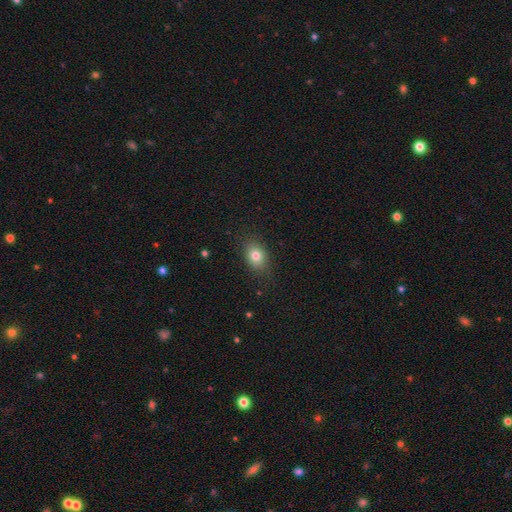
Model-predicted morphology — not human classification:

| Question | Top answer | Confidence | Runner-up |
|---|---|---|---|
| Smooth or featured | smooth | 79% | star or artifact (11%) |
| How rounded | in between | 68% | round (31%) |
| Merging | none | 83% | minor disturbance (12%) |